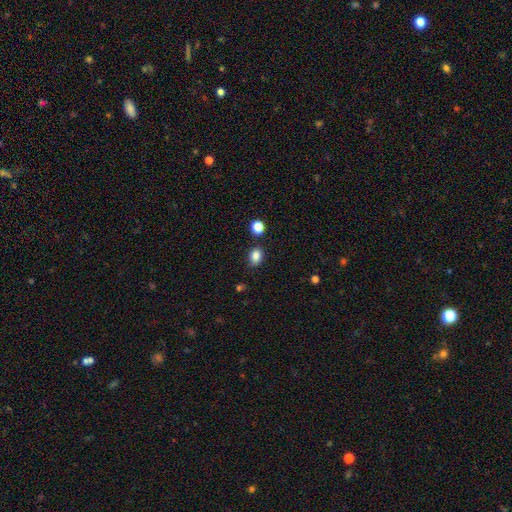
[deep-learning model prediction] Smooth or featured? Predicted: smooth (p=0.85). How rounded? Predicted: in between (p=0.66). Merging? Predicted: none (p=0.81).